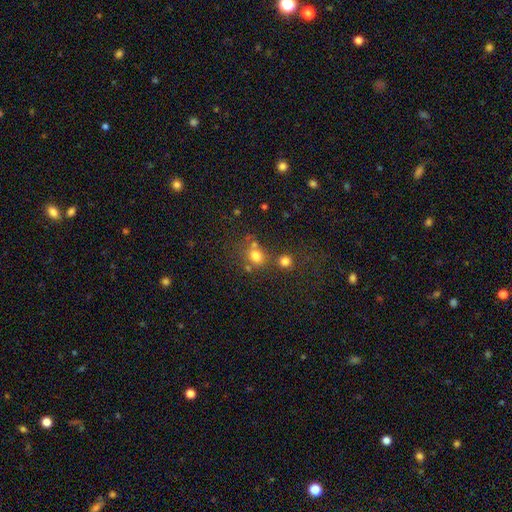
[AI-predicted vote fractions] This is likely a smooth galaxy (73%). How rounded: likely round (64%). Merging: possibly none (54%).